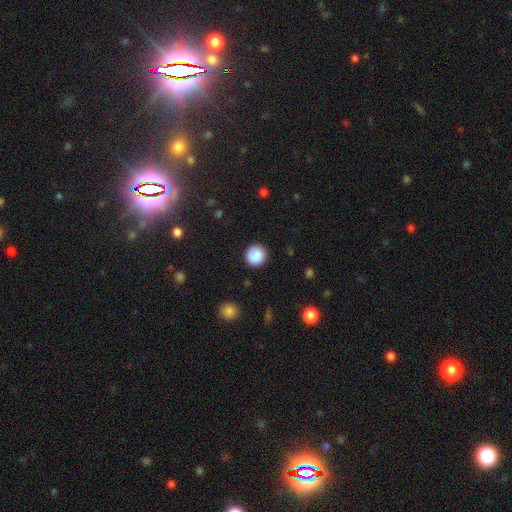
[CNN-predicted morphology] A smooth galaxy with no disk features (87%) that is round (94%). Merging: none (88%).